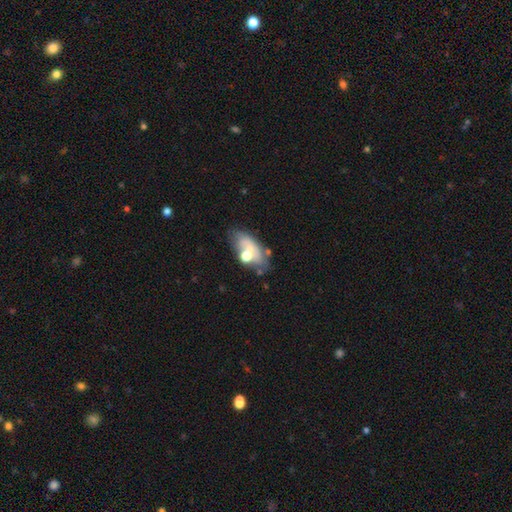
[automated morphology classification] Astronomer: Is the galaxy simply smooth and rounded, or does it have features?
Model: smooth — 52% (runner-up: featured or disk, 37%).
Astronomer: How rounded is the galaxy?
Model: in between — 86%.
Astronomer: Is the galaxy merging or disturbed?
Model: none — 48% (runner-up: minor disturbance, 23%).